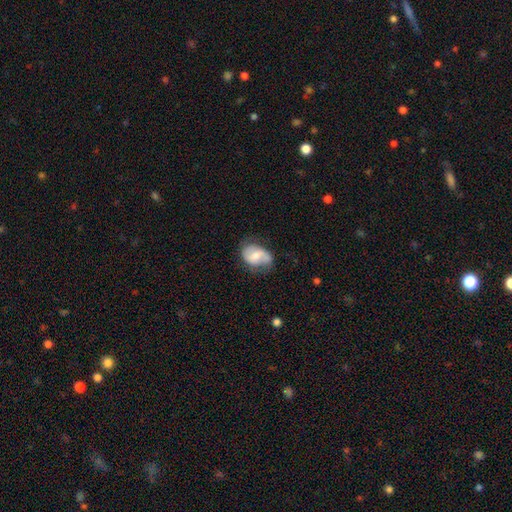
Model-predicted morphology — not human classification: smooth_or_featured: featured or disk (p=0.48) [alt: smooth p=0.46]
merging: none (p=0.57) [alt: minor disturbance p=0.30]